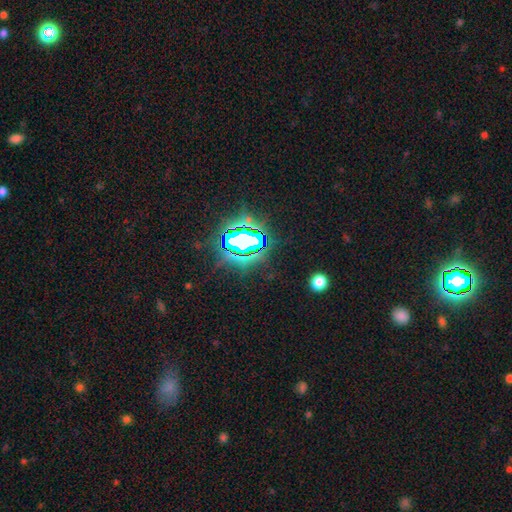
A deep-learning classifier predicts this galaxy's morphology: Smooth or featured: star or artifact — 80% (smooth — 13%)